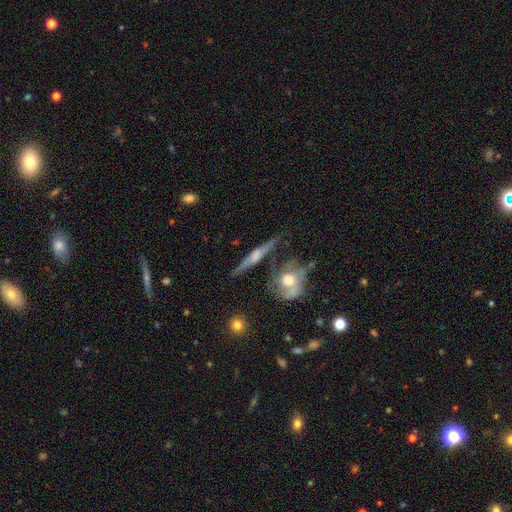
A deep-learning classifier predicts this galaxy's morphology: Smooth or featured? Predicted: featured or disk (p=0.68). Edge-on disk? Predicted: yes (p=0.91). Edge-on bulge? Predicted: rounded (p=0.65). Merging? Predicted: none (p=0.71).